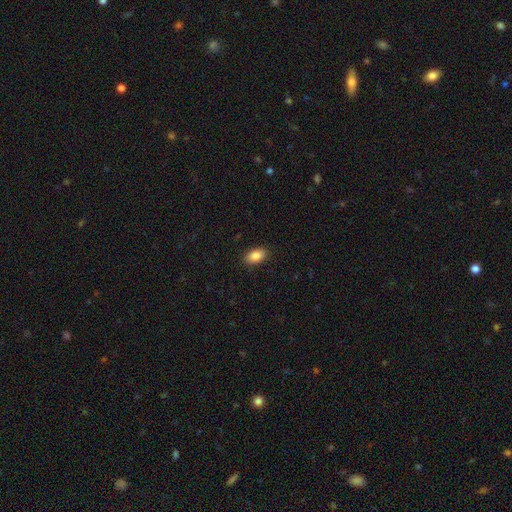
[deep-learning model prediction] Smooth or featured?
  - smooth: 86% *
  - star or artifact: 8%
  - featured or disk: 6%
How rounded?
  - in between: 91% *
  - round: 7%
  - cigar-shaped: 2%
Merging?
  - none: 89% *
  - minor disturbance: 8%
  - major disturbance: 2%
  - merger: 1%